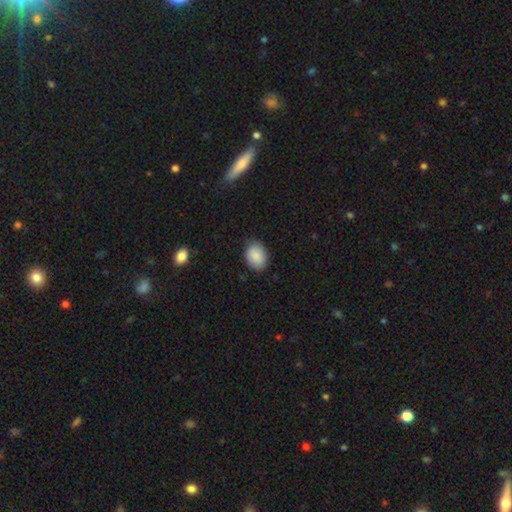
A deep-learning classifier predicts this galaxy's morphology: This appears to be a smooth galaxy with no disk features (88%) that is in between round and cigar-shaped (72%). Merging: none (83%).